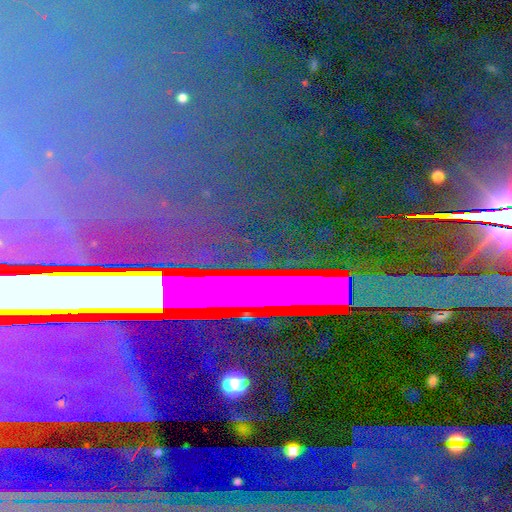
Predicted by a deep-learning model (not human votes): Overall: star or artifact (77%).